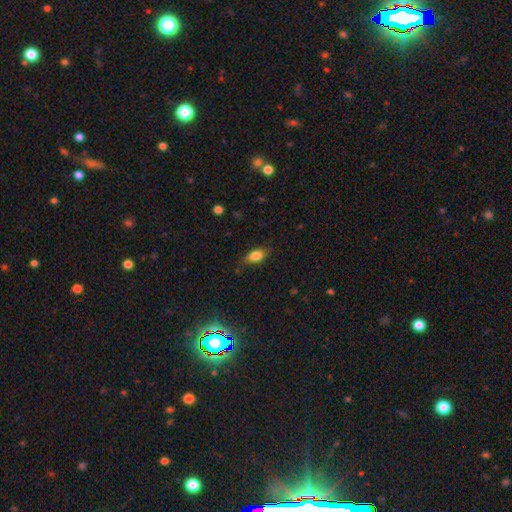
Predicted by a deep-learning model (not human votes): This appears to be a smooth galaxy with no disk features (80%) that is in between round and cigar-shaped (84%). Merging: none (77%).